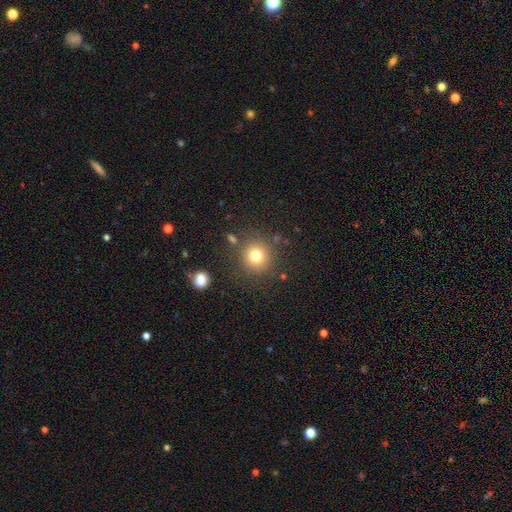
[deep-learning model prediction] A smooth galaxy with no disk features (78%) that is round (92%).

Vote fractions:
- Smooth or featured? smooth: 78% / star or artifact: 14% / featured or disk: 9%
- How rounded? round: 92% / in between: 7% / cigar-shaped: 1%
- Merging? none: 84% / minor disturbance: 9% / merger: 4% / major disturbance: 4%